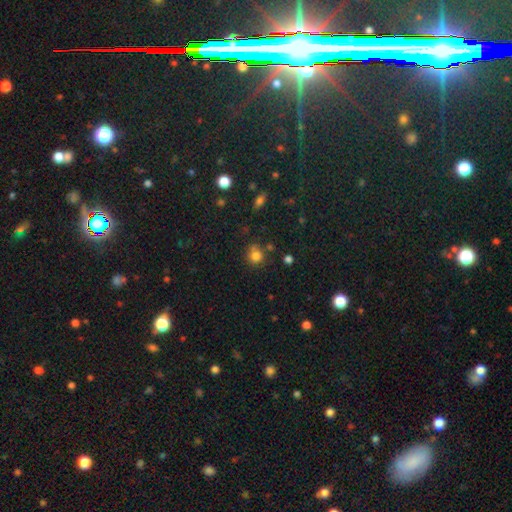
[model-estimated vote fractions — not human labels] smooth_or_featured: smooth (p=0.80) [alt: star or artifact p=0.13]
how_rounded: round (p=0.83) [alt: in between p=0.16]
merging: none (p=0.68) [alt: minor disturbance p=0.19]